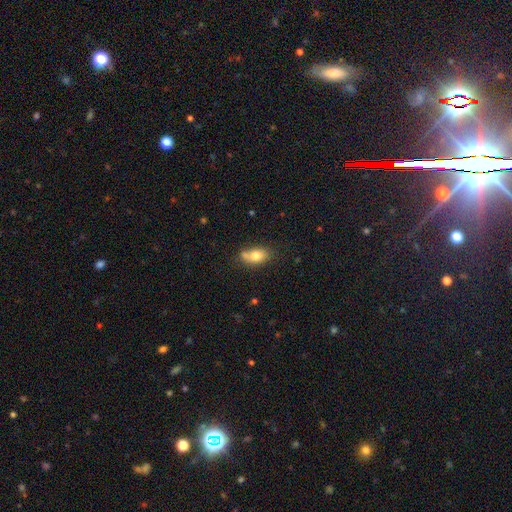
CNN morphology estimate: Overall: smooth (76%). How rounded: in between (82%). Merging: none (55%; minor disturbance 20%).